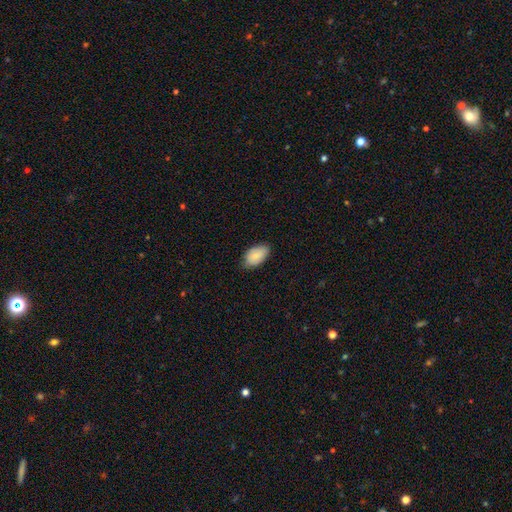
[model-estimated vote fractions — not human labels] Smooth or featured: smooth — 84% (featured or disk — 10%)
How rounded: in between — 94% (round — 4%)
Merging: none — 77% (minor disturbance — 19%)